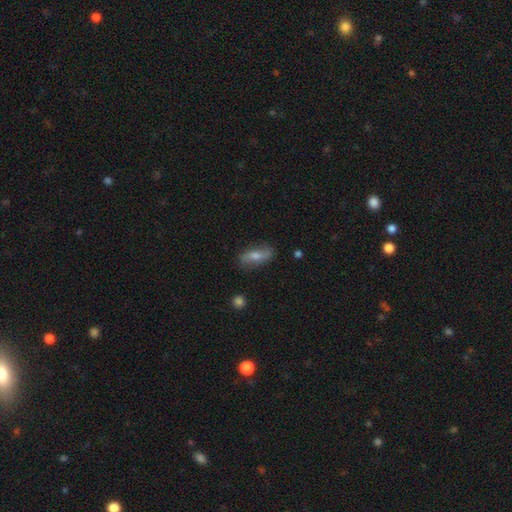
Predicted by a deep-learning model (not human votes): Smooth or featured? Predicted: smooth (p=0.54). How rounded? Predicted: in between (p=0.71). Merging? Predicted: none (p=0.79).